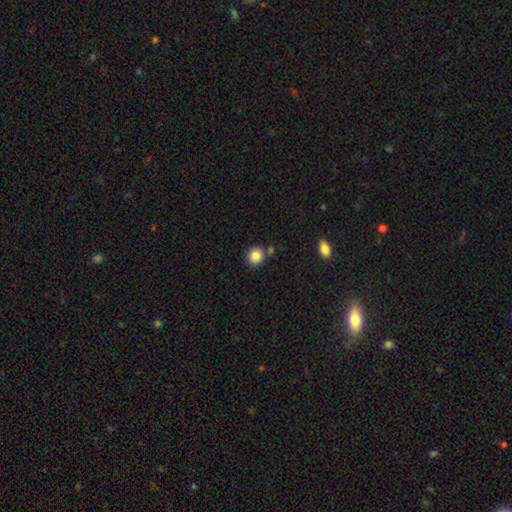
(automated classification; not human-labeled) This is clearly a smooth galaxy (87%). How rounded: clearly round (89%). Merging: likely none (80%).